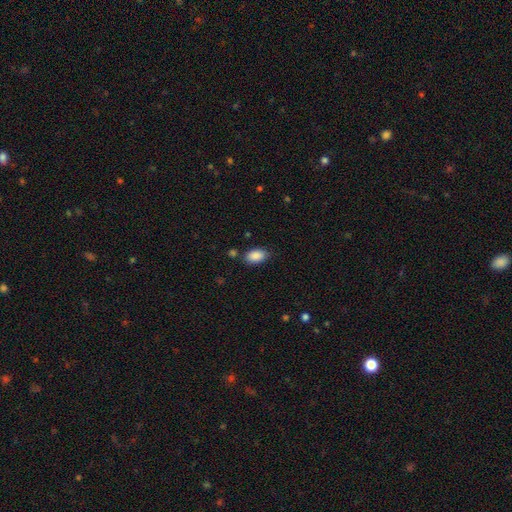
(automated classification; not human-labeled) This appears to be a smooth galaxy with no disk features (89%) that is in between round and cigar-shaped (92%). Merging: none (79%).